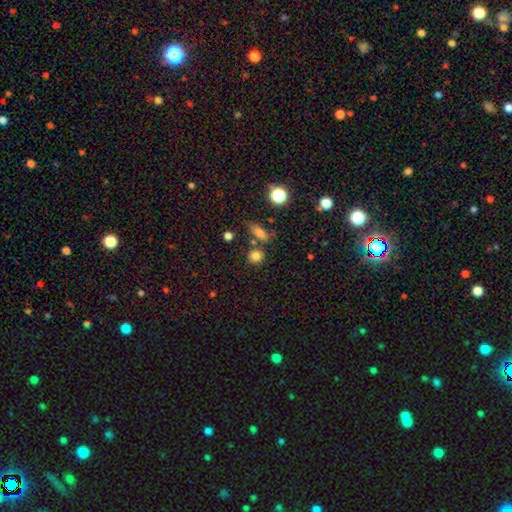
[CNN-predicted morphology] Smooth or featured?
  - smooth: 81% *
  - star or artifact: 13%
  - featured or disk: 7%
How rounded?
  - round: 84% *
  - in between: 14%
  - cigar-shaped: 2%
Merging?
  - none: 75% *
  - merger: 12%
  - minor disturbance: 10%
  - major disturbance: 3%